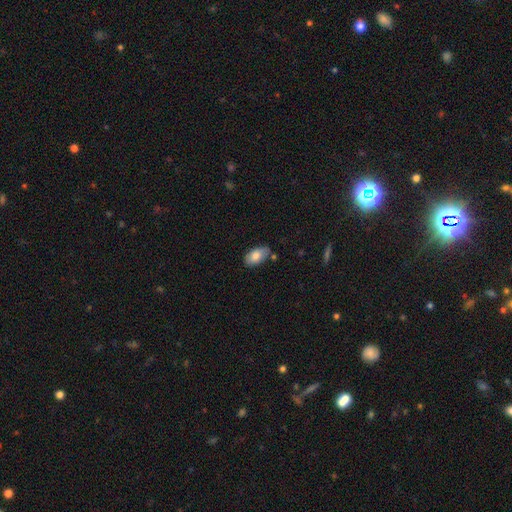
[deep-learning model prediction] This is likely a smooth galaxy (79%). How rounded: clearly in between (93%). Merging: likely none (70%).